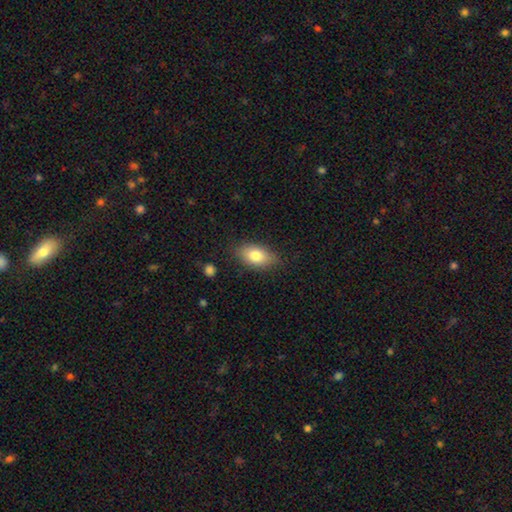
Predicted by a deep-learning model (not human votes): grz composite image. It shows a smooth galaxy with no disk features (80%) that is in between round and cigar-shaped (90%). Merging: none (82%).